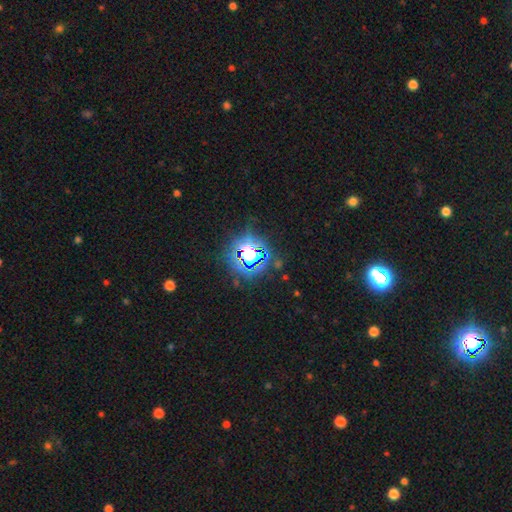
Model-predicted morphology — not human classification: Q: Smooth or featured?
A: star or artifact (71%); runner-up: smooth (19%)